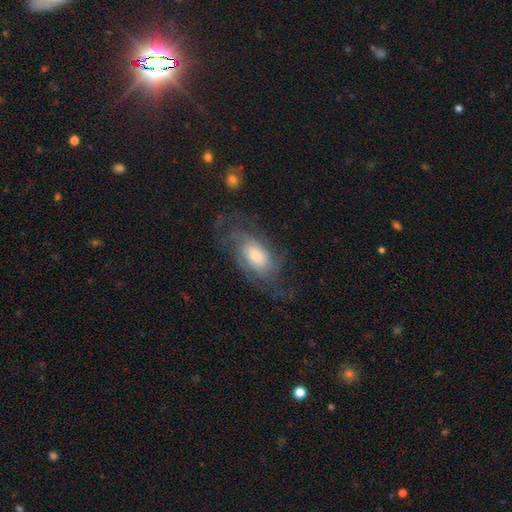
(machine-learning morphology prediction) smooth-or-featured: featured or disk: 75% | smooth: 18% | star or artifact: 7%
  disk-edge-on: no: 94% | yes: 6%
    bar: no: 69% | weak: 26% | strong: 5%
    has-spiral-arms: yes: 92% | no: 8%
      spiral-winding: tight: 41% (tied) | medium: 41% (tied) | loose: 18%
      spiral-arm-count: can't tell: 37% | 3: 19% | 2: 19% | 4: 13% | more than 4: 6% | 1: 6%
    bulge-size: moderate: 45% | large: 30% | small: 19% | none: 3% | dominant: 3%
  merging: none: 61% | minor disturbance: 19% | major disturbance: 18% | merger: 1%